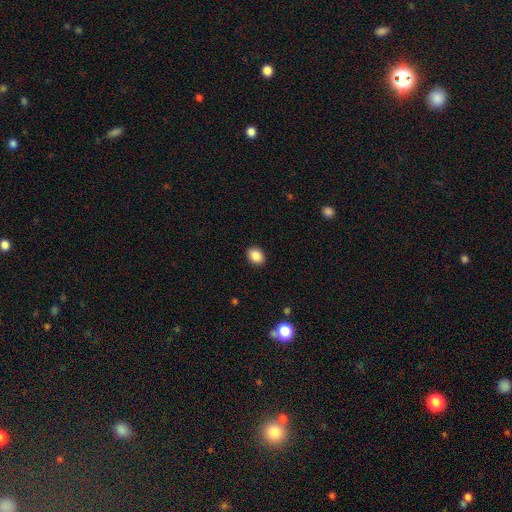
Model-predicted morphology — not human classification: smooth-or-featured: smooth: 88% | star or artifact: 9% | featured or disk: 4%
  how-rounded: in between: 63% | round: 36% | cigar-shaped: 1%
  merging: none: 91% | minor disturbance: 6% | major disturbance: 2% | merger: 1%